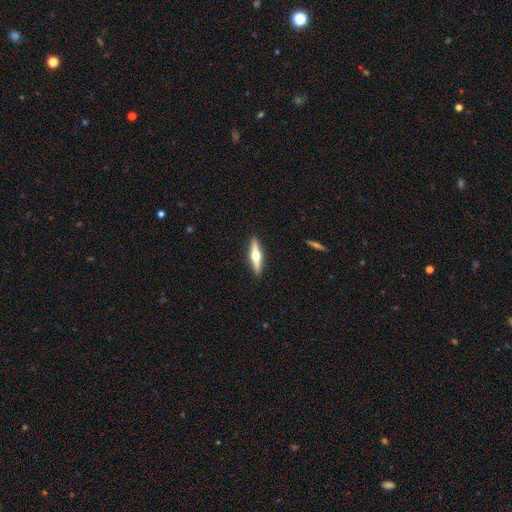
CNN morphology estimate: Q: Smooth or featured?
A: featured or disk (66%); runner-up: smooth (29%)
Q: Edge-on disk?
A: yes (97%); runner-up: no (3%)
Q: Edge-on bulge?
A: rounded (96%); runner-up: boxy (2%)
Q: Merging?
A: none (92%); runner-up: minor disturbance (6%)